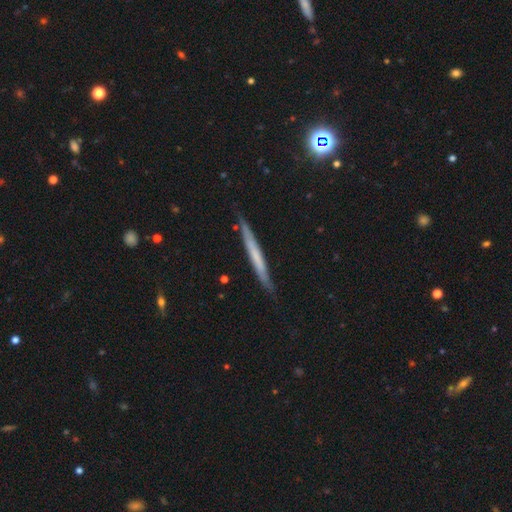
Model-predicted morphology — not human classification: The model was most divided on "smooth or featured": featured or disk: 50%, smooth: 43%, star or artifact: 7%. More confident: edge-on disk — yes (92%); merging — none (81%).